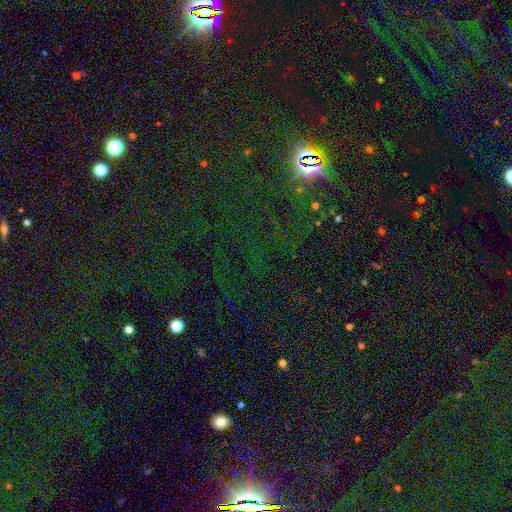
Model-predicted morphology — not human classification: This appears to be a star or artifact, not a galaxy (81%).